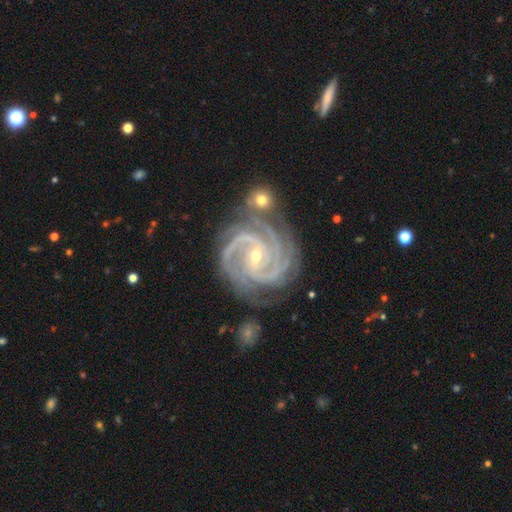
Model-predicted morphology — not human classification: Smooth or featured? featured or disk (94%)
Edge-on disk? no (98%)
Bar? weak (41%)
Spiral arms? yes (99%)
Spiral winding? tight (69%)
Spiral arm count? 3 (35%)
Bulge size? small (71%)
Merging? none (66%)